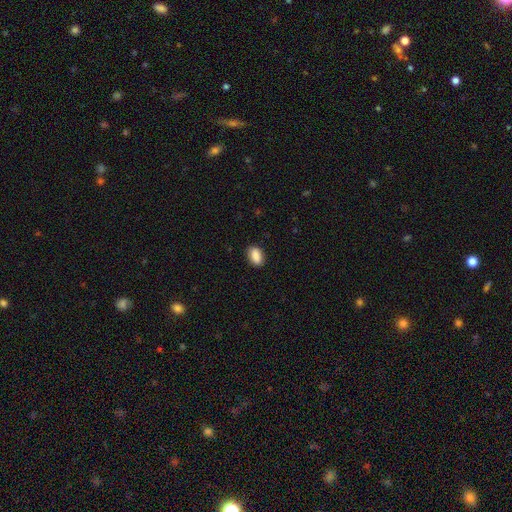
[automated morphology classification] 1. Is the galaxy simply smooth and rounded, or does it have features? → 88% smooth, 7% star or artifact, 4% featured or disk.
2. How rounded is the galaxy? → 88% in between, 9% round, 3% cigar-shaped.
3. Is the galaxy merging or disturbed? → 86% none, 10% minor disturbance, 2% major disturbance, 1% merger.